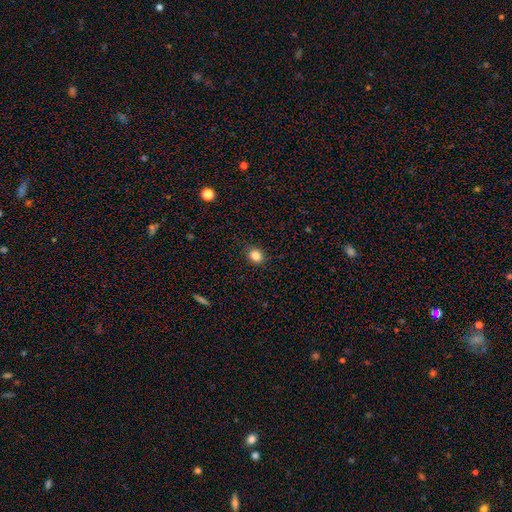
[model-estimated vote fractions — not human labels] Smooth or featured? Predicted: smooth (p=0.84). How rounded? Predicted: round (p=0.65). Merging? Predicted: none (p=0.87).